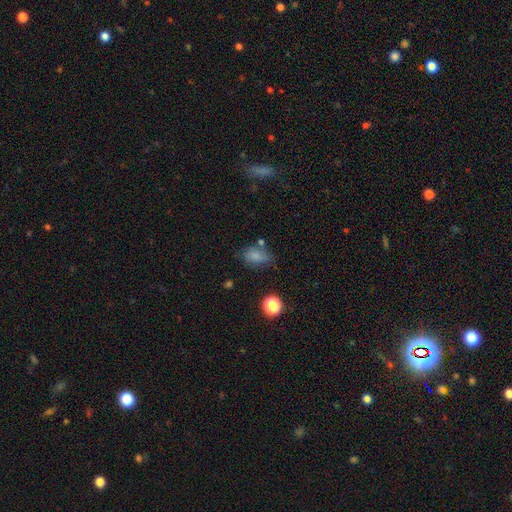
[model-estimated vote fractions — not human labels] Smooth or featured? smooth (77%)
How rounded? in between (80%)
Merging? none (52%)